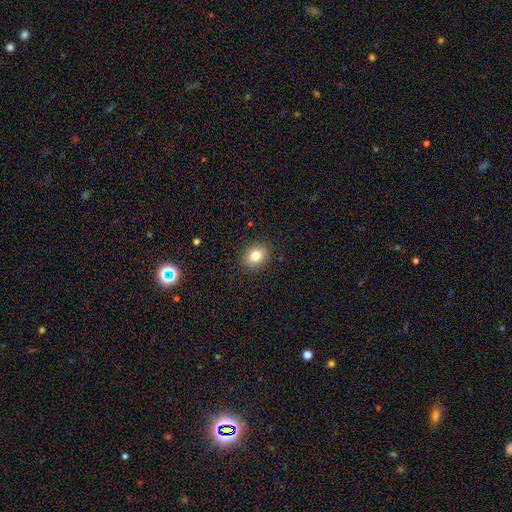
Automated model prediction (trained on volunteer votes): The model was most divided on "how rounded": round: 55%, in between: 44%, cigar-shaped: 1%. More confident: merging — none (89%); smooth or featured — smooth (81%).